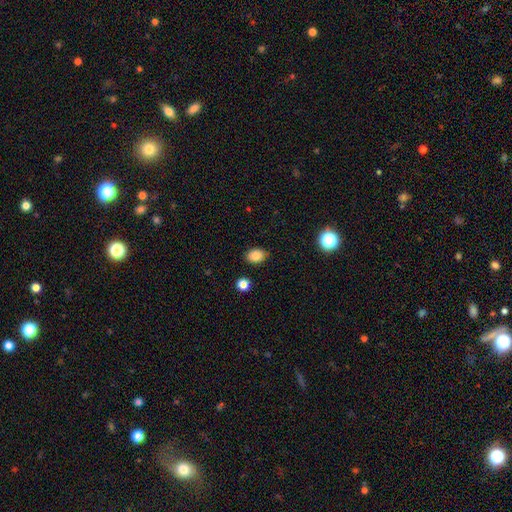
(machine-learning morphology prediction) smooth_or_featured: smooth (p=0.85) [alt: star or artifact p=0.10]
how_rounded: in between (p=0.63) [alt: round p=0.36]
merging: none (p=0.87) [alt: minor disturbance p=0.09]